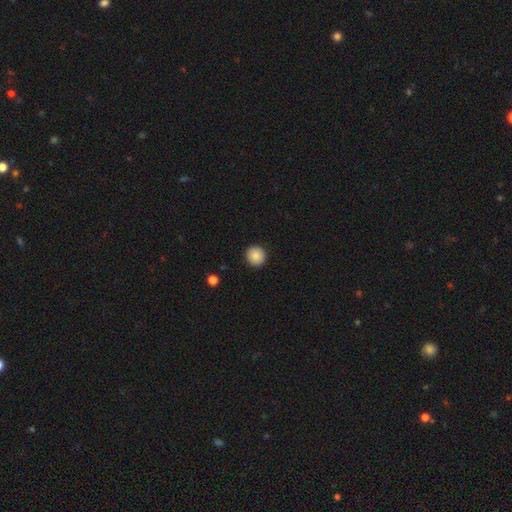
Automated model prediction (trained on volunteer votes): Q: Smooth or featured?
A: smooth (85%); runner-up: star or artifact (8%)
Q: How rounded?
A: round (95%); runner-up: in between (4%)
Q: Merging?
A: none (93%); runner-up: minor disturbance (5%)